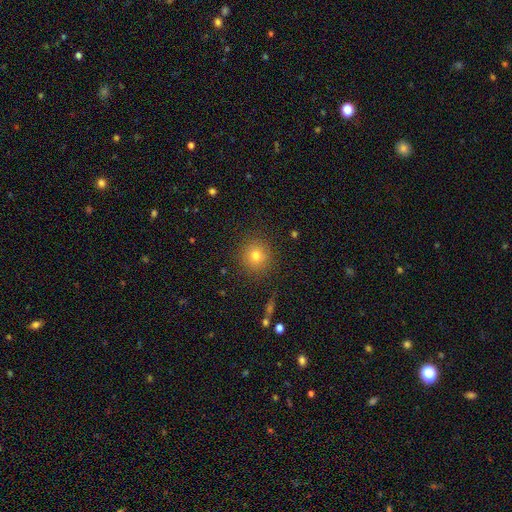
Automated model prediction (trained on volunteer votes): The model was most divided on "smooth or featured": smooth: 76%, star or artifact: 15%, featured or disk: 9%. More confident: how rounded — round (94%); merging — none (90%).